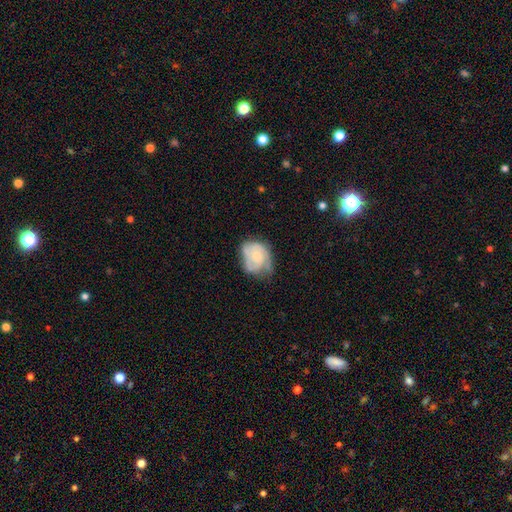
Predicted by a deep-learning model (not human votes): This appears to be a featured or disk galaxy (64%) with no bar (79%), 3 (31%) tight (49%) spiral arms (83%) and a small central bulge (57%). Merging: none (47%).